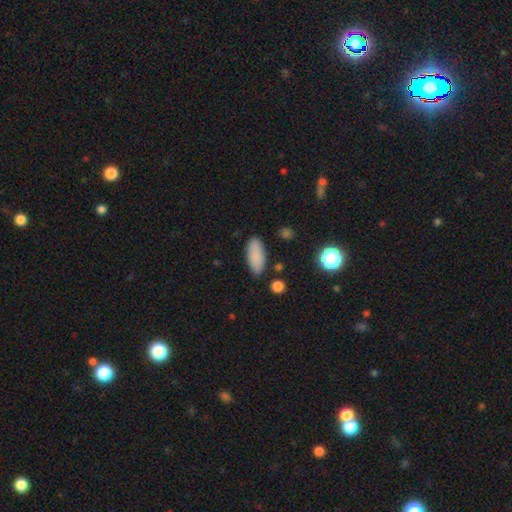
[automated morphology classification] Smooth or featured? Predicted: smooth (p=0.86). How rounded? Predicted: in between (p=0.75). Merging? Predicted: none (p=0.85).